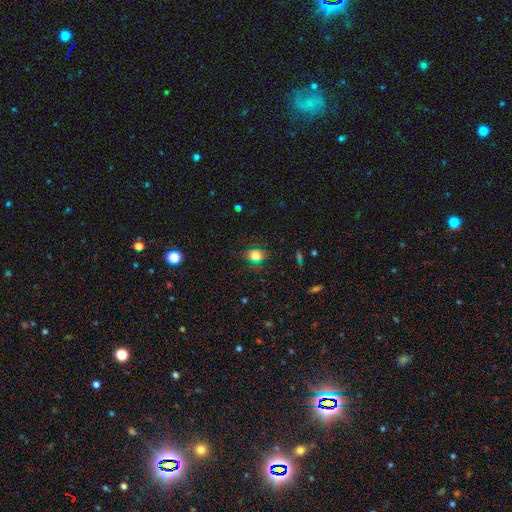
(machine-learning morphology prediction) smooth 67%, star or artifact 24%, featured or disk 10%. Down the decision tree: how rounded — in between (51%); merging — none (74%).